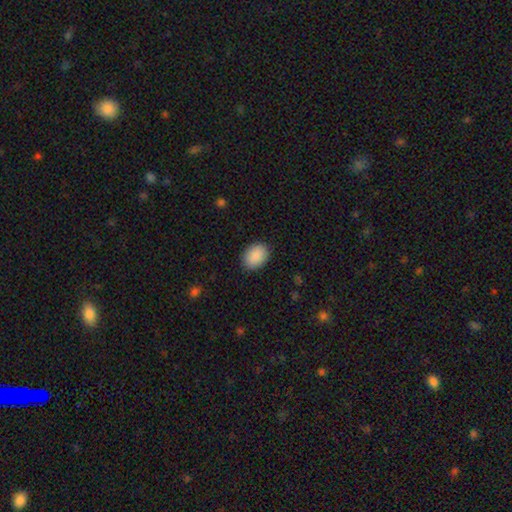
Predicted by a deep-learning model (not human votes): This appears to be a smooth galaxy with no disk features (90%) that is in between round and cigar-shaped (70%). Merging: none (89%).